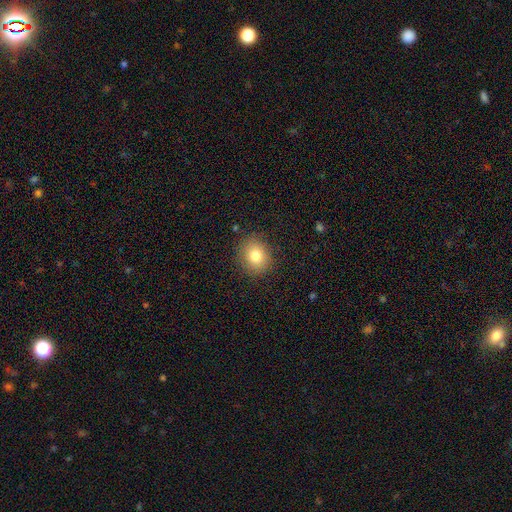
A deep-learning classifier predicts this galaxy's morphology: The model was most divided on "how rounded": round: 76%, in between: 23%, cigar-shaped: 1%. More confident: merging — none (87%); smooth or featured — smooth (80%).